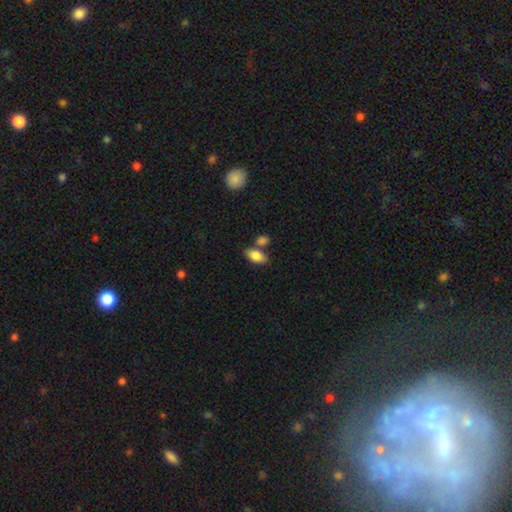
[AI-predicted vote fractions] A smooth galaxy with no disk features (83%) that is in between round and cigar-shaped (92%).

Vote fractions:
- Smooth or featured? smooth: 83% / featured or disk: 10% / star or artifact: 7%
- How rounded? in between: 92% / round: 5% / cigar-shaped: 4%
- Merging? none: 61% / merger: 23% / minor disturbance: 12% / major disturbance: 4%